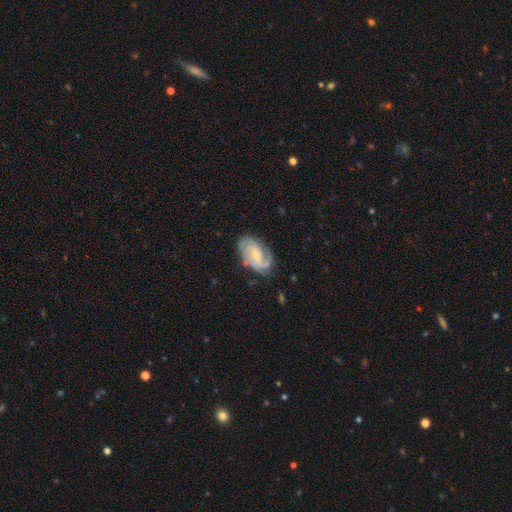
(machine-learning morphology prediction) type=featured or disk (79%); edge-on=no (97%); bar=weak (46%); spiral arms=yes (94%); winding=medium (44%); arm count=2 (55%); bulge=small (62%); merging=none (70%).